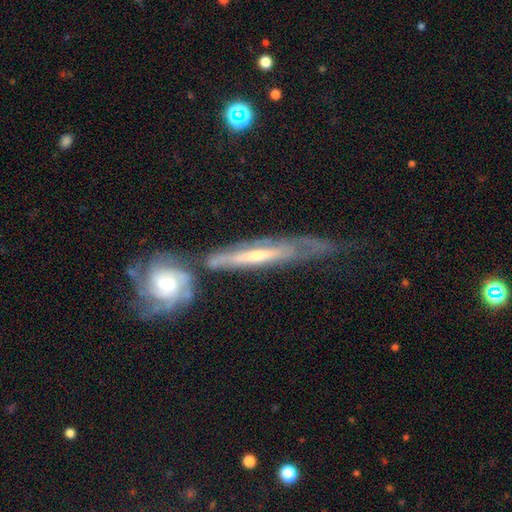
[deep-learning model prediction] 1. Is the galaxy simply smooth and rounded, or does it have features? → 74% featured or disk, 20% smooth, 6% star or artifact.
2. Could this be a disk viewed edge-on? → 53% yes, 47% no.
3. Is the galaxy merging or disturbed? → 37% none, 27% merger, 22% minor disturbance, 15% major disturbance.